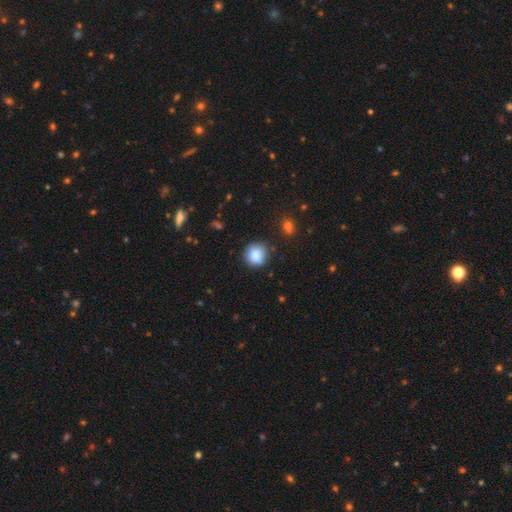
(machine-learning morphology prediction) A smooth galaxy with no disk features (85%) that is round (88%).

Vote fractions:
- Smooth or featured? smooth: 85% / star or artifact: 9% / featured or disk: 6%
- How rounded? round: 88% / in between: 11% / cigar-shaped: 1%
- Merging? none: 80% / minor disturbance: 14% / major disturbance: 3% / merger: 3%